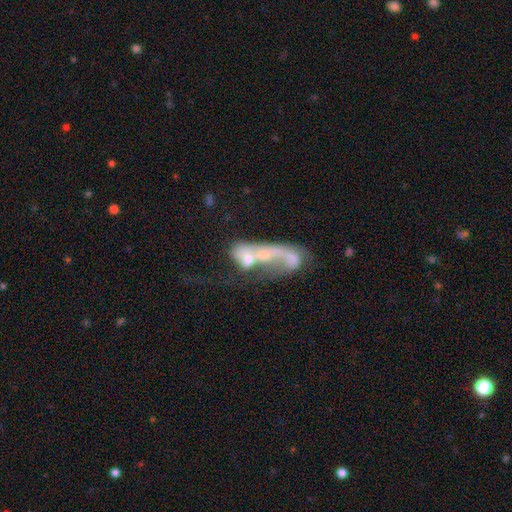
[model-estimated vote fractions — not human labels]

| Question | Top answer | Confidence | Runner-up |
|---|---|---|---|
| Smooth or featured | featured or disk | 62% | smooth (28%) |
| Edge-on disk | no | 90% | yes (10%) |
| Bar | no | 79% | weak (15%) |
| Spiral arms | no | 67% | yes (33%) |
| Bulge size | small | 33% | none (31%) |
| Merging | merger | 63% | major disturbance (20%) |